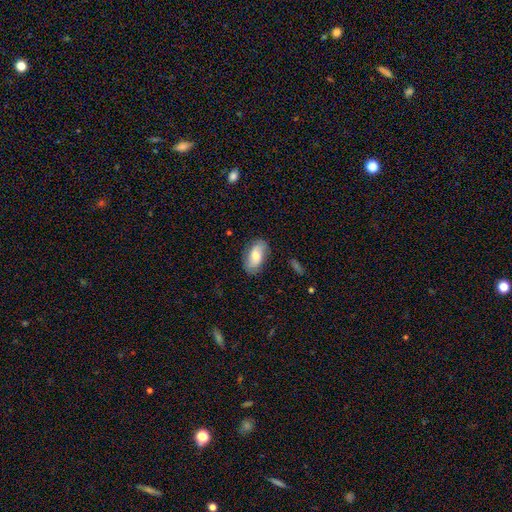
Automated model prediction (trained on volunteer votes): This appears to be a smooth galaxy with no disk features (67%) that is in between round and cigar-shaped (92%). Merging: none (79%).